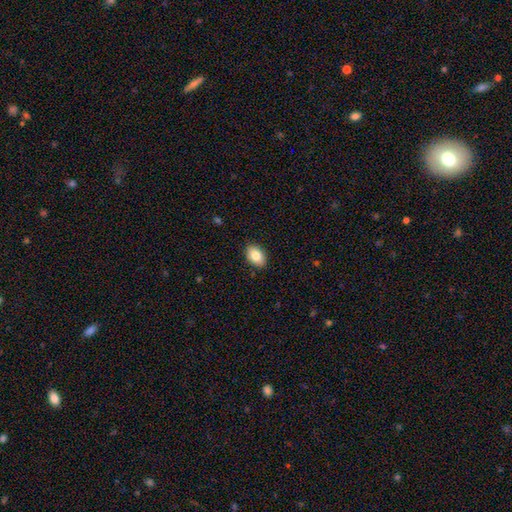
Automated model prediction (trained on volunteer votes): Q: Smooth or featured?
A: smooth (83%); runner-up: featured or disk (10%)
Q: How rounded?
A: in between (88%); runner-up: round (10%)
Q: Merging?
A: none (88%); runner-up: minor disturbance (9%)